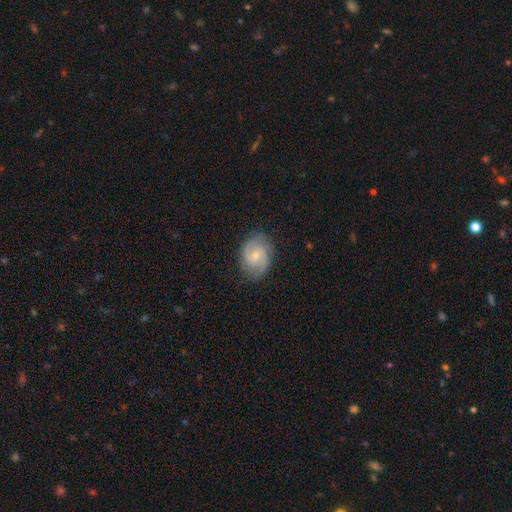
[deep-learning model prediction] Smooth or featured? featured or disk (69%)
Edge-on disk? no (97%)
Bar? weak (50%)
Spiral arms? yes (92%)
Spiral winding? medium (50%)
Spiral arm count? 2 (84%)
Bulge size? small (50%)
Merging? none (78%)